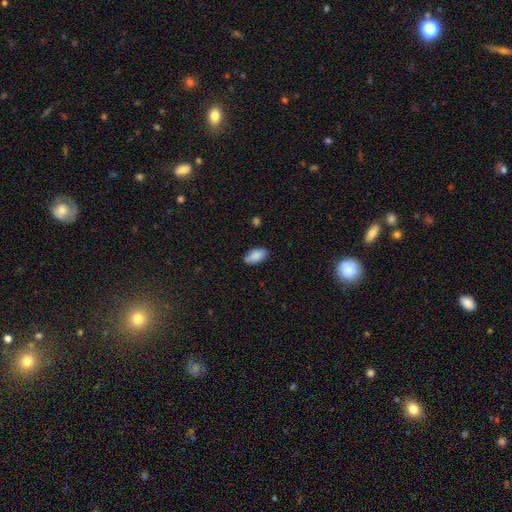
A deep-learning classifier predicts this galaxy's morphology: type=smooth (88%); roundness=in between (94%); merging=none (82%).